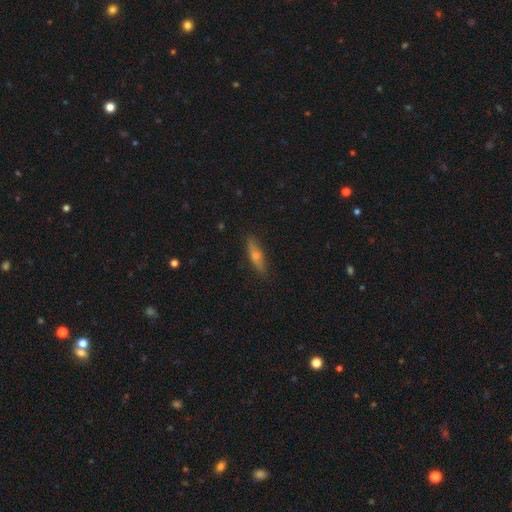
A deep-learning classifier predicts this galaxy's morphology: This appears to be a smooth galaxy with no disk features (47%). Merging: none (87%).